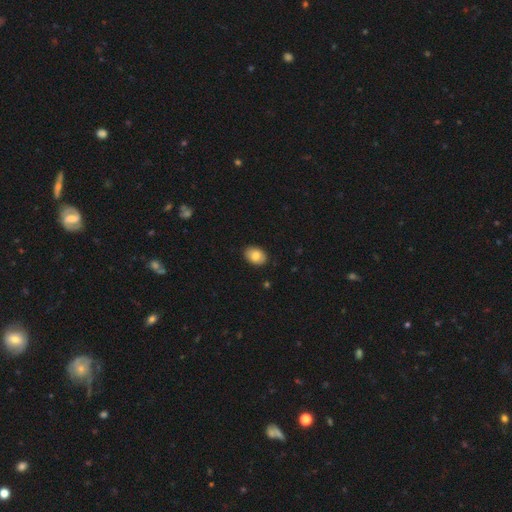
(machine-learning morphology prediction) Q: Smooth or featured?
A: smooth (83%); runner-up: featured or disk (10%)
Q: How rounded?
A: in between (82%); runner-up: round (17%)
Q: Merging?
A: none (89%); runner-up: minor disturbance (9%)